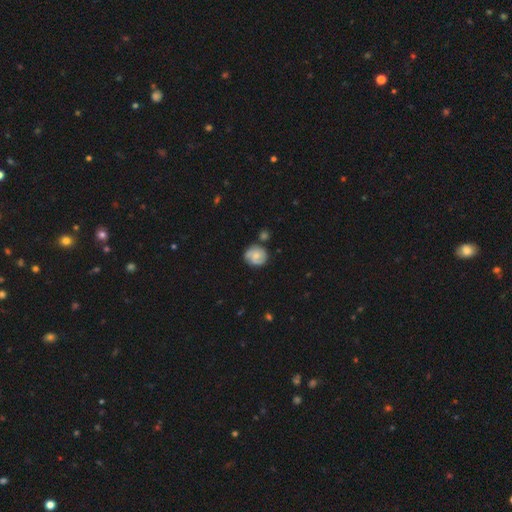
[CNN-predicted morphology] Overall: featured or disk (56%; smooth 38%). Edge-on disk: no (98%). Bar: no (69%). Spiral arms: yes (86%). Bulge size: moderate (48%; small 44%). Merging: none (69%).